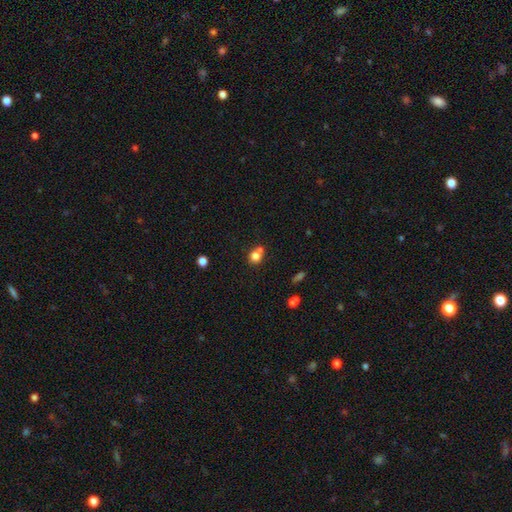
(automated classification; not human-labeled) Smooth or featured? smooth (78%)
How rounded? round (77%)
Merging? none (46%)